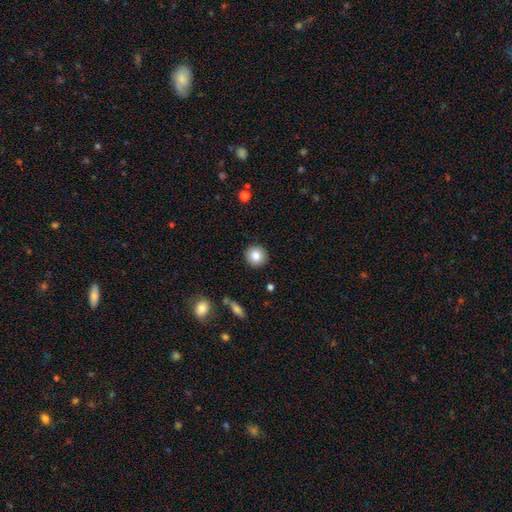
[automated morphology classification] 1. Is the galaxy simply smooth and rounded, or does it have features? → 84% smooth, 9% star or artifact, 7% featured or disk.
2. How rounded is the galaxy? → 94% round, 5% in between, 1% cigar-shaped.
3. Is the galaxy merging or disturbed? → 92% none, 5% minor disturbance, 2% major disturbance, 1% merger.